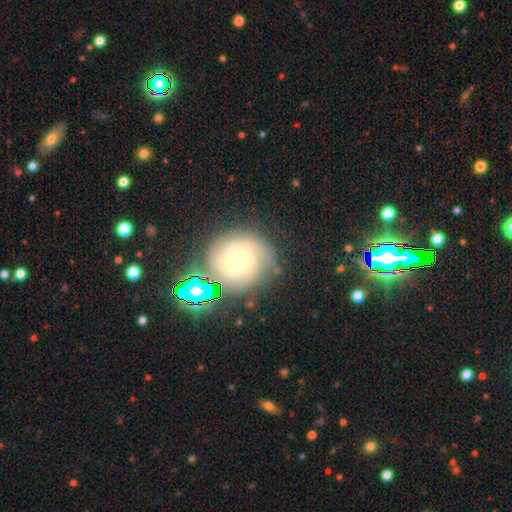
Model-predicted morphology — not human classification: A featured or disk galaxy (62%) with no bar (77%), tight (73%) spiral arms (94%) and a small central bulge (52%).

Vote fractions:
- Smooth or featured? featured or disk: 62% / star or artifact: 21% / smooth: 17%
- Edge-on disk? no: 97% / yes: 3%
- Bar? no: 77% / weak: 18% / strong: 5%
- Spiral arms? yes: 94% / no: 6%
- Spiral winding? tight: 73% / medium: 22% / loose: 5%
- Spiral arm count? can't tell: 31% / 3: 25% / 2: 20% / 4: 11% / more than 4: 7% / 1: 6%
- Bulge size? small: 52% / moderate: 42% / large: 3% / none: 1% / dominant: 1%
- Merging? none: 75% / minor disturbance: 15% / major disturbance: 6% / merger: 4%